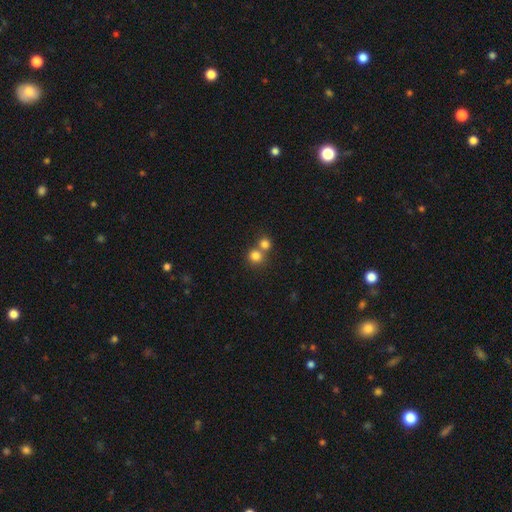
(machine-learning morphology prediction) This appears to be a smooth galaxy with no disk features (80%) that is round (88%). Merging: none (47%).